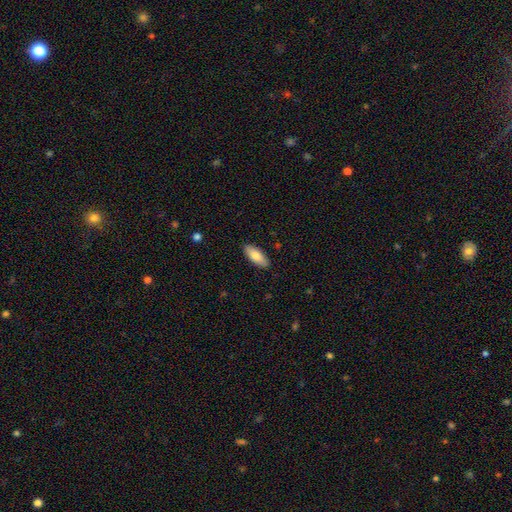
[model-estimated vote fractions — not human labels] Q: Smooth or featured?
A: smooth (83%); runner-up: featured or disk (12%)
Q: How rounded?
A: in between (82%); runner-up: cigar-shaped (16%)
Q: Merging?
A: none (88%); runner-up: minor disturbance (9%)